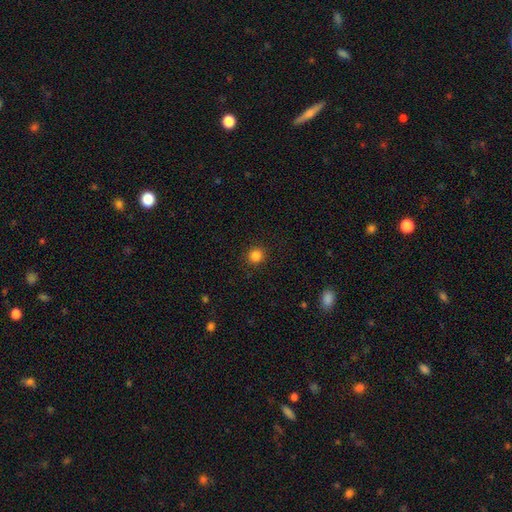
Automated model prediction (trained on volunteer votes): Overall: smooth (84%). How rounded: round (91%). Merging: none (91%).